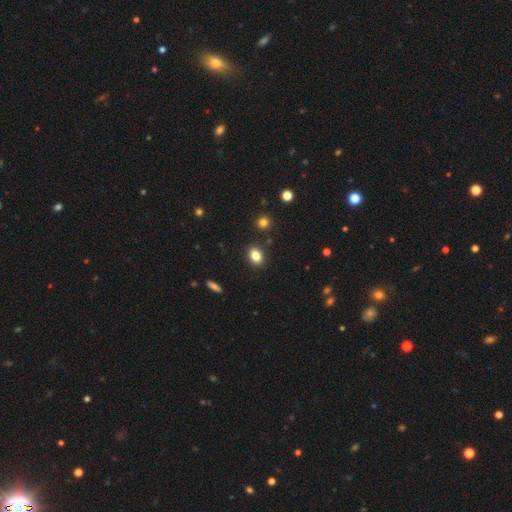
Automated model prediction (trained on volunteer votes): A smooth galaxy with no disk features (82%) that is in between round and cigar-shaped (69%).

Vote fractions:
- Smooth or featured? smooth: 82% / star or artifact: 11% / featured or disk: 7%
- How rounded? in between: 69% / round: 30% / cigar-shaped: 1%
- Merging? none: 88% / minor disturbance: 8% / merger: 2% / major disturbance: 2%